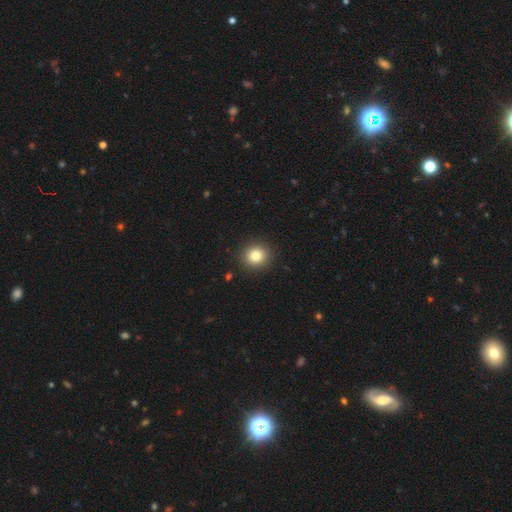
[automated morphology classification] A smooth galaxy with no disk features (81%) that is round (91%). Merging: none (91%).